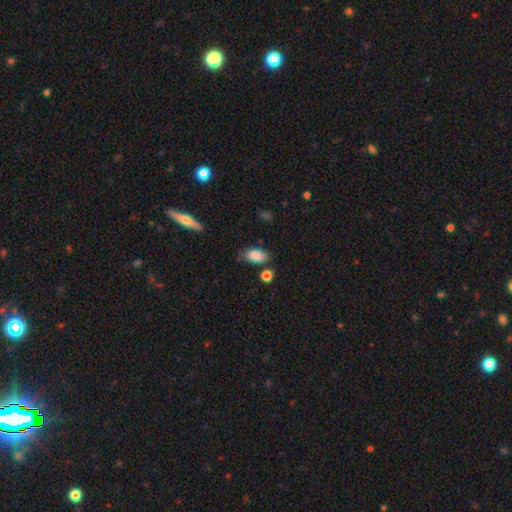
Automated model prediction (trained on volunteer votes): A smooth galaxy with no disk features (86%) that is in between round and cigar-shaped (91%).

Vote fractions:
- Smooth or featured? smooth: 86% / star or artifact: 8% / featured or disk: 6%
- How rounded? in between: 91% / round: 6% / cigar-shaped: 3%
- Merging? none: 70% / minor disturbance: 20% / merger: 6% / major disturbance: 5%